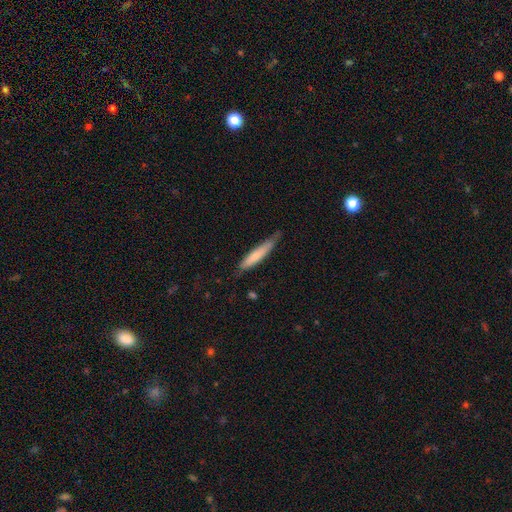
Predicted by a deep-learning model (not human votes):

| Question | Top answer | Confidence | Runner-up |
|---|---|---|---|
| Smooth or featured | smooth | 70% | featured or disk (25%) |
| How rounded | cigar-shaped | 91% | in between (8%) |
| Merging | none | 70% | minor disturbance (24%) |